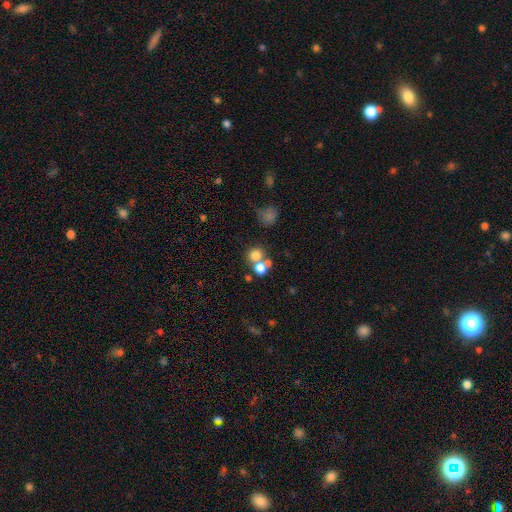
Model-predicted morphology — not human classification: This appears to be a smooth galaxy with no disk features (73%) that is round (84%). Merging: none (49%).